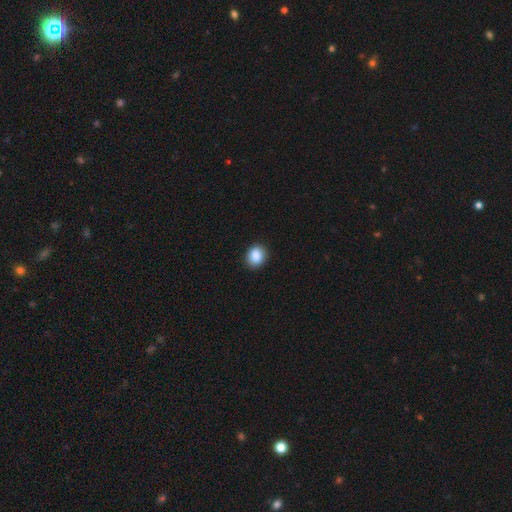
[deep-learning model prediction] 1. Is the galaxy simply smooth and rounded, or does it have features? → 88% smooth, 9% star or artifact, 4% featured or disk.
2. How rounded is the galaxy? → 64% round, 35% in between, 1% cigar-shaped.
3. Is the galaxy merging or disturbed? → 89% none, 8% minor disturbance, 2% major disturbance, 1% merger.